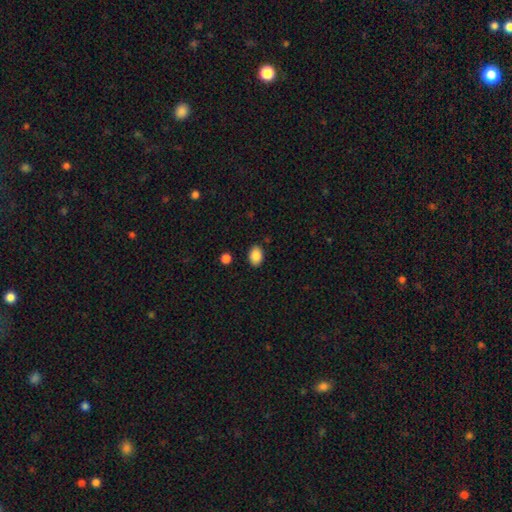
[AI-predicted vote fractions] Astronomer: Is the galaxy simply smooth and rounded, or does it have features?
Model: smooth — 88%.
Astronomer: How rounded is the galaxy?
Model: in between — 77%.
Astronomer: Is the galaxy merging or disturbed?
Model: none — 87%.